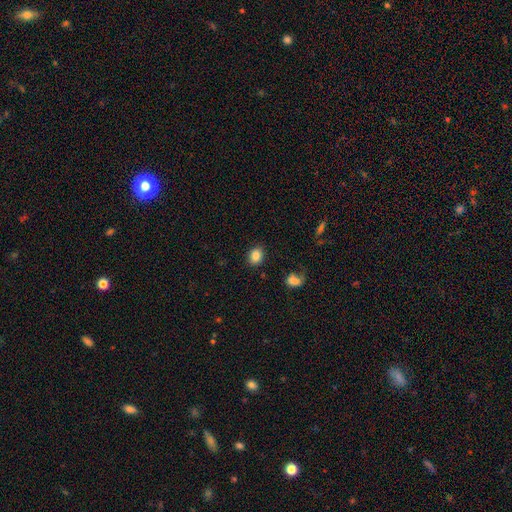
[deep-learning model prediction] This appears to be a smooth galaxy with no disk features (85%) that is in between round and cigar-shaped (52%). Merging: none (87%).